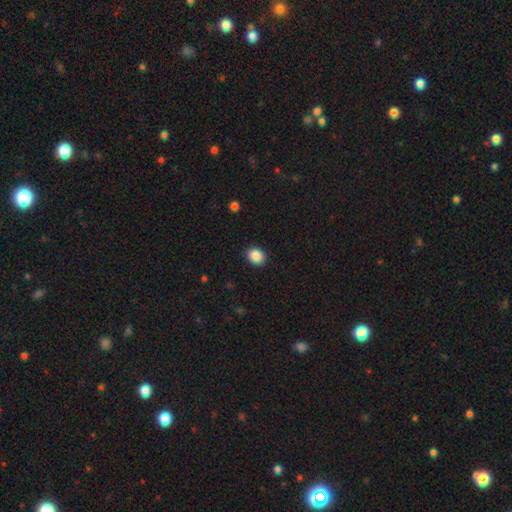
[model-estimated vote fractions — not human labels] Smooth or featured?
  - smooth: 88% *
  - star or artifact: 9%
  - featured or disk: 3%
How rounded?
  - round: 57% *
  - in between: 42%
  - cigar-shaped: 1%
Merging?
  - none: 90% *
  - minor disturbance: 7%
  - major disturbance: 2%
  - merger: 1%